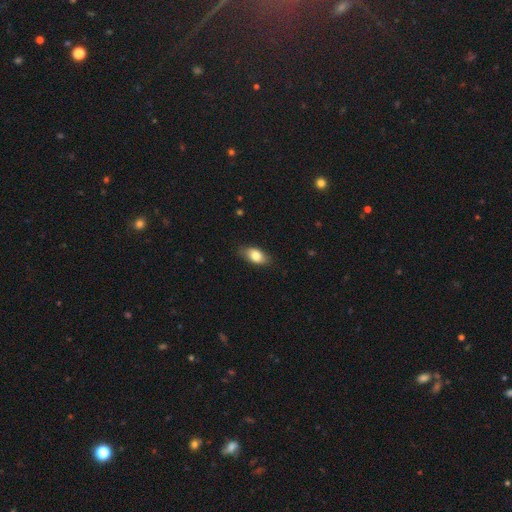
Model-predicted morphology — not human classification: Smooth or featured? smooth (80%)
How rounded? in between (89%)
Merging? none (81%)